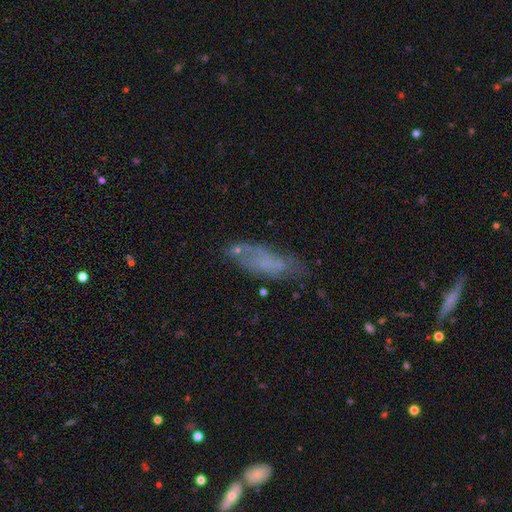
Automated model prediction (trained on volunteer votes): smooth-or-featured: smooth: 48% | featured or disk: 37% | star or artifact: 15%
  merging: none: 53% | minor disturbance: 24% | major disturbance: 17% | merger: 6%